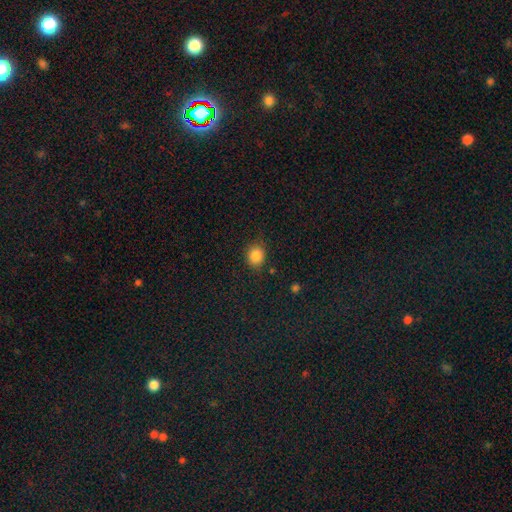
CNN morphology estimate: A smooth galaxy with no disk features (85%) that is round (73%). Merging: none (83%).